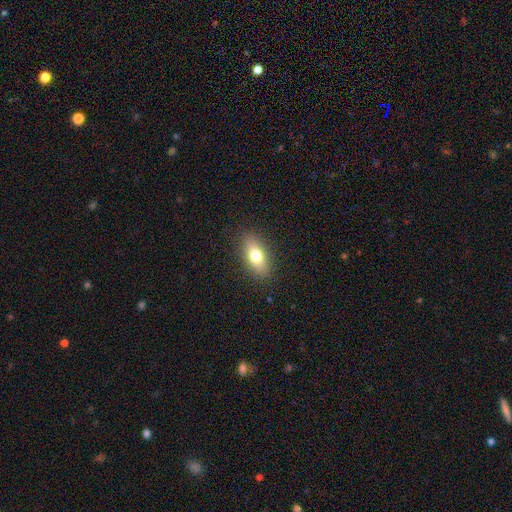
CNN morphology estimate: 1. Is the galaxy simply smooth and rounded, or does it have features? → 74% smooth, 18% featured or disk, 8% star or artifact.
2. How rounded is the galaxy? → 81% in between, 12% cigar-shaped, 7% round.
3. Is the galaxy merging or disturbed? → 88% none, 9% minor disturbance, 3% major disturbance, 1% merger.